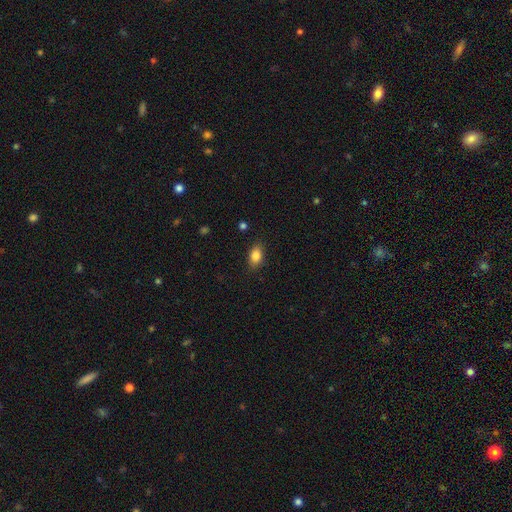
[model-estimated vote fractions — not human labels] Smooth or featured? Predicted: smooth (p=0.85). How rounded? Predicted: in between (p=0.84). Merging? Predicted: none (p=0.85).